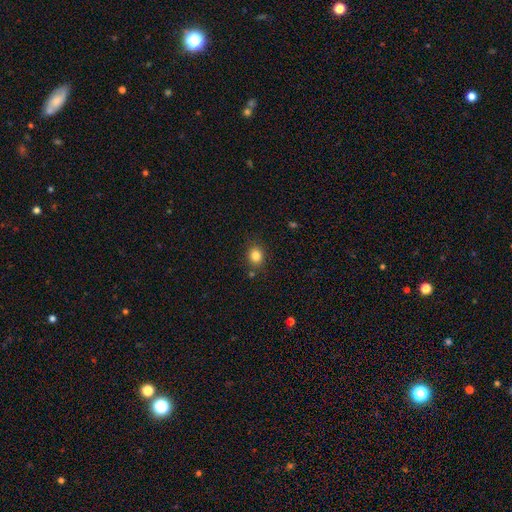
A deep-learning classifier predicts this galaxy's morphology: The model was most divided on "how rounded": round: 68%, in between: 31%, cigar-shaped: 1%. More confident: smooth or featured — smooth (83%); merging — none (82%).